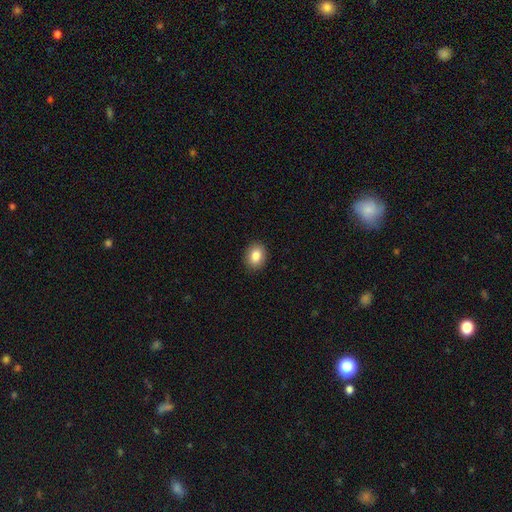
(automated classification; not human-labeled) Smooth or featured?
  - smooth: 85% *
  - star or artifact: 9%
  - featured or disk: 7%
How rounded?
  - in between: 59% *
  - round: 40%
  - cigar-shaped: 1%
Merging?
  - none: 90% *
  - minor disturbance: 7%
  - major disturbance: 2%
  - merger: 1%